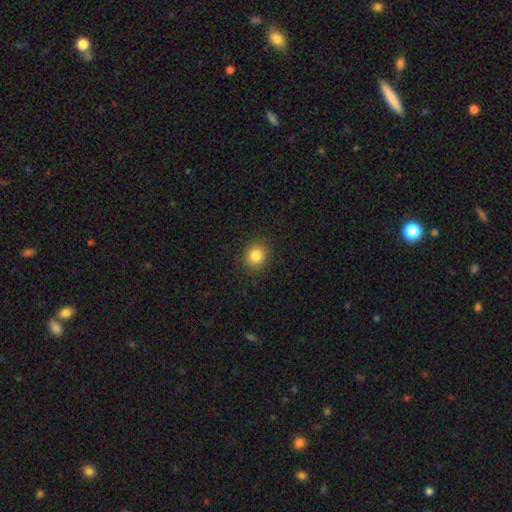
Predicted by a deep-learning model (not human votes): Smooth or featured?
  - smooth: 84% *
  - star or artifact: 11%
  - featured or disk: 6%
How rounded?
  - round: 73% *
  - in between: 26%
  - cigar-shaped: 1%
Merging?
  - none: 88% *
  - minor disturbance: 8%
  - major disturbance: 2%
  - merger: 1%